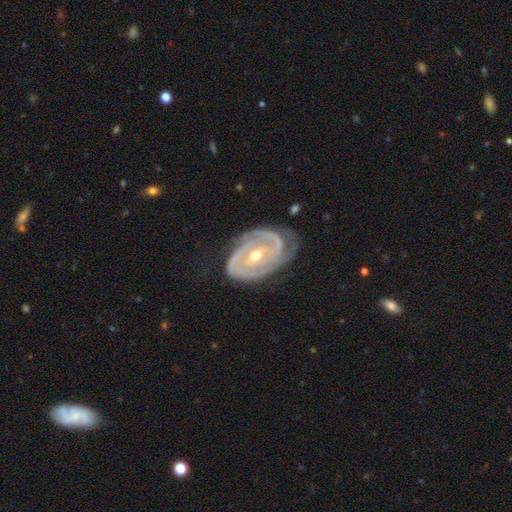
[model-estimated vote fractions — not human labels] This appears to be a featured or disk galaxy (89%) with no bar (47%), 2 (48%) tight (70%) spiral arms (95%) and a moderate central bulge (66%). Merging: none (65%).